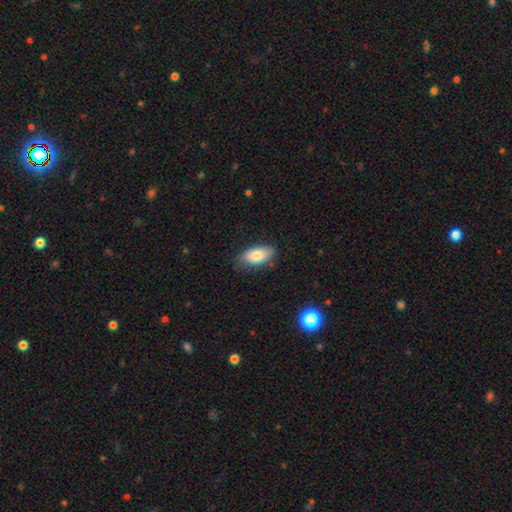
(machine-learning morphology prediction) smooth_or_featured: smooth (p=0.82) [alt: featured or disk p=0.12]
how_rounded: in between (p=0.91) [alt: cigar-shaped p=0.05]
merging: none (p=0.78) [alt: minor disturbance p=0.17]